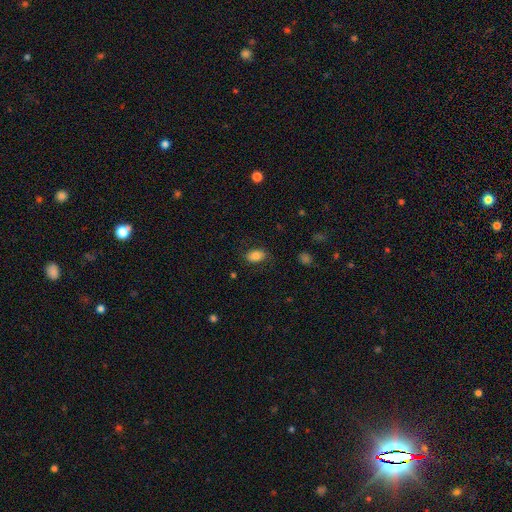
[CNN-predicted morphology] smooth 82%, star or artifact 9%, featured or disk 9%. Down the decision tree: how rounded — in between (86%); merging — none (80%).